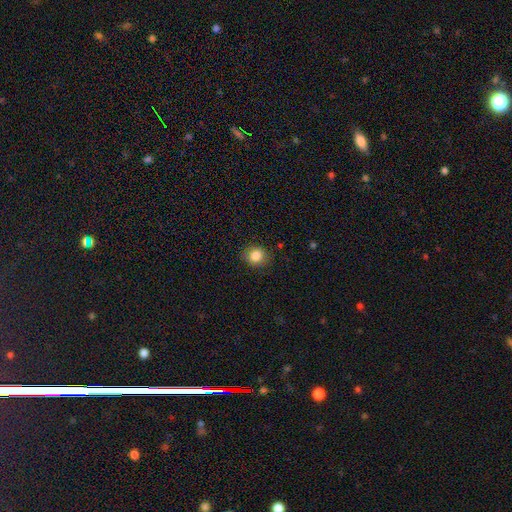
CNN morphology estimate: smooth 85%, star or artifact 10%, featured or disk 5%. Down the decision tree: how rounded — round (76%); merging — none (85%).